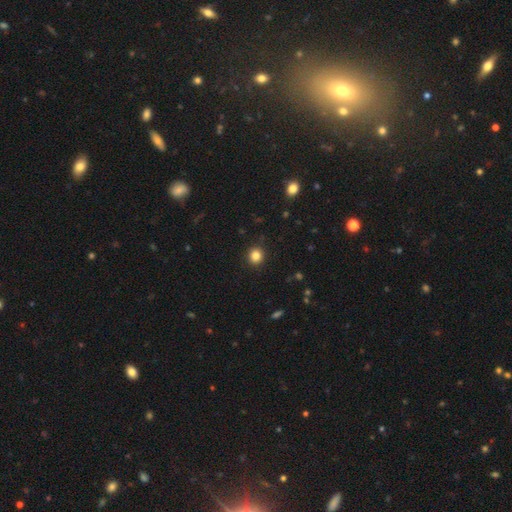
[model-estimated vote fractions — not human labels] Overall: smooth (83%). How rounded: round (89%). Merging: none (91%).